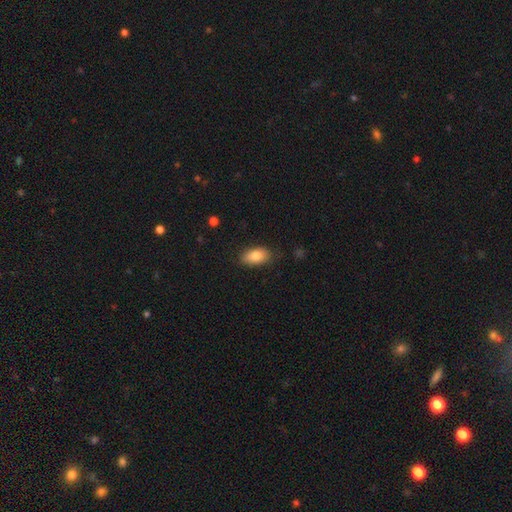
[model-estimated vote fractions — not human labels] smooth 83%, featured or disk 10%, star or artifact 7%. Down the decision tree: how rounded — in between (92%); merging — none (81%).